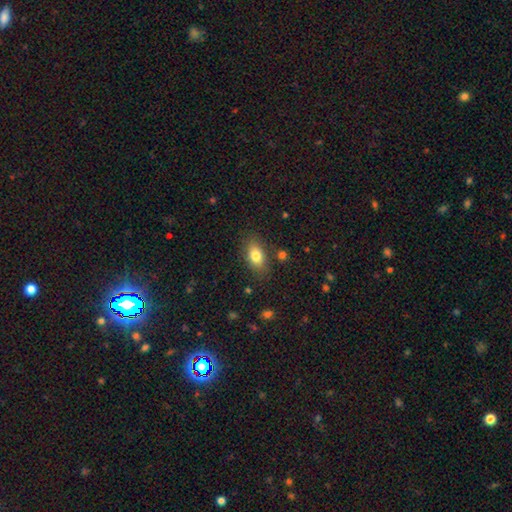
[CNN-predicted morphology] Overall: smooth (81%). How rounded: in between (86%). Merging: none (82%).